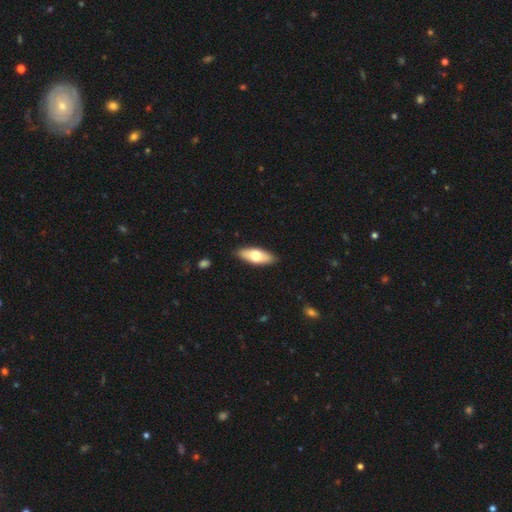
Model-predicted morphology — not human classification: The model was most divided on "smooth or featured": smooth: 65%, featured or disk: 29%, star or artifact: 5%. More confident: merging — none (89%); how rounded — in between (74%).